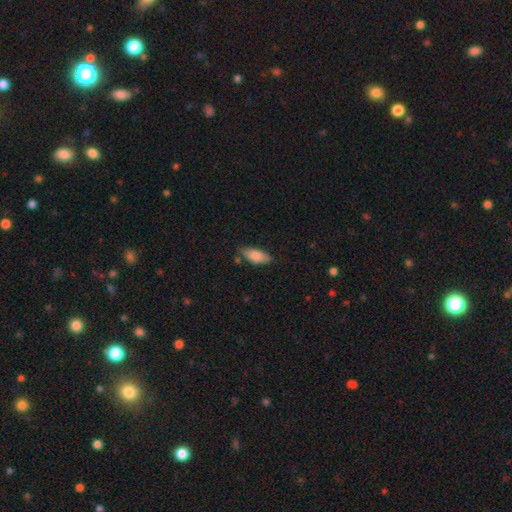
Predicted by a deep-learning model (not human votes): Smooth or featured? smooth (83%)
How rounded? in between (82%)
Merging? none (71%)